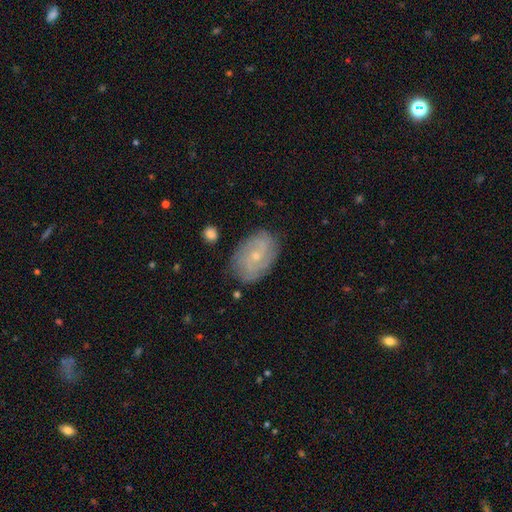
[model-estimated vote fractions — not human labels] A featured or disk galaxy (73%) with no bar (63%), 2 (38%) tight (52%) spiral arms (91%) and a small central bulge (74%). Merging: none (79%).